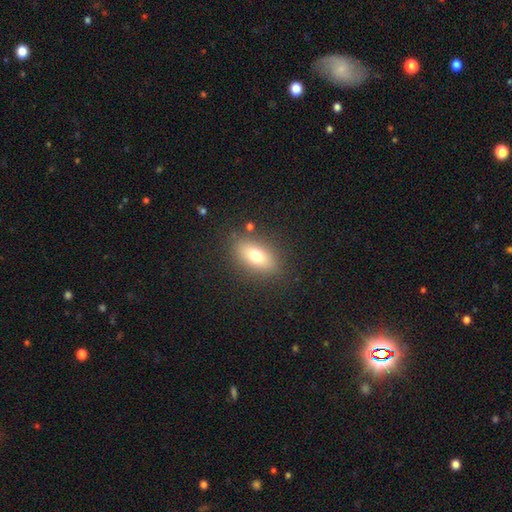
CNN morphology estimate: The model was most divided on "smooth or featured": smooth: 74%, featured or disk: 16%, star or artifact: 10%. More confident: merging — none (84%); how rounded — in between (84%).